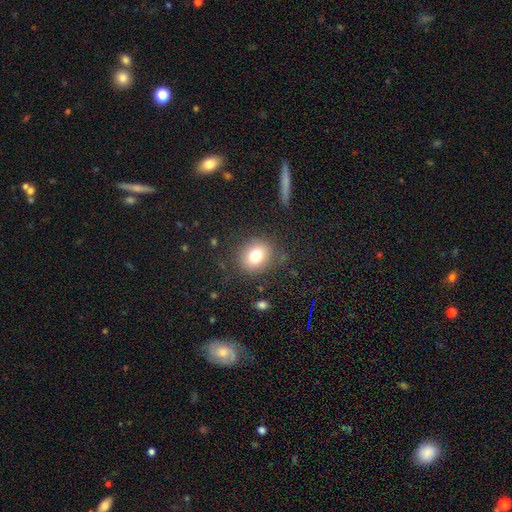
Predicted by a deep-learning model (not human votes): The model was most divided on "how rounded": round: 63%, in between: 36%, cigar-shaped: 1%. More confident: merging — none (82%); smooth or featured — smooth (78%).